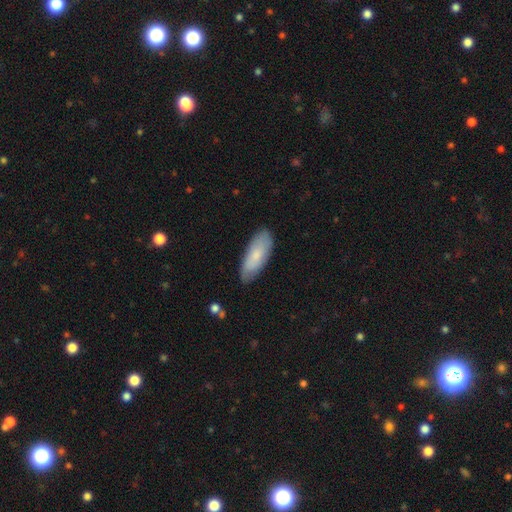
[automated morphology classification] Smooth or featured: smooth — 75% (featured or disk — 19%)
How rounded: in between — 76% (cigar-shaped — 23%)
Merging: none — 82% (minor disturbance — 15%)